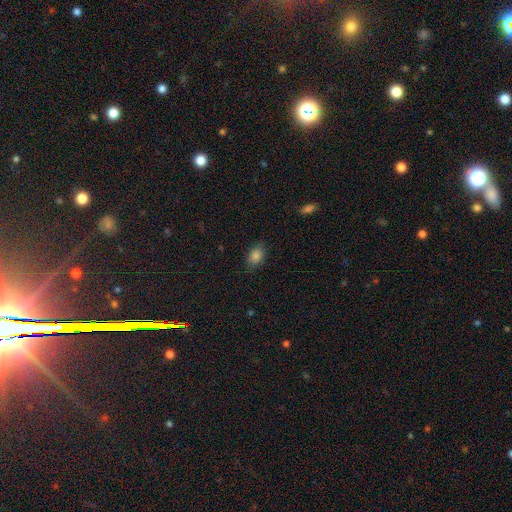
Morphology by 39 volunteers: A smooth galaxy with no disk features (95%) that is in between round and cigar-shaped (73%). Merging: none (84%).